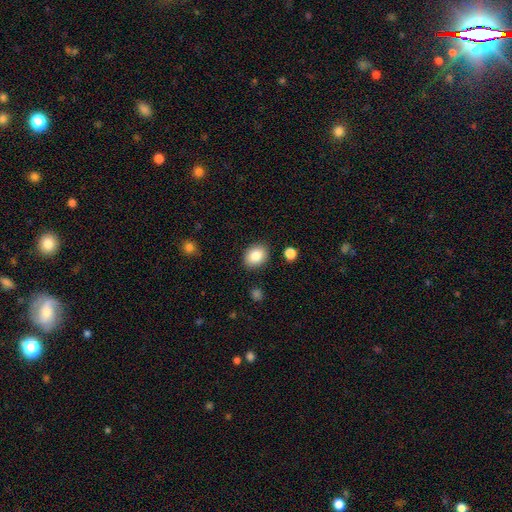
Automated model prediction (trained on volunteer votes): smooth 86%, star or artifact 8%, featured or disk 7%. Down the decision tree: how rounded — in between (56%); merging — none (87%).